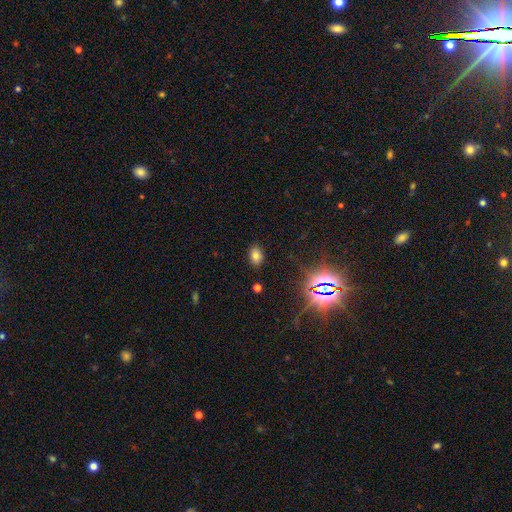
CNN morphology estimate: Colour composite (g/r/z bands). It shows a smooth galaxy with no disk features (72%) that is in between round and cigar-shaped (82%). Merging: none (85%).